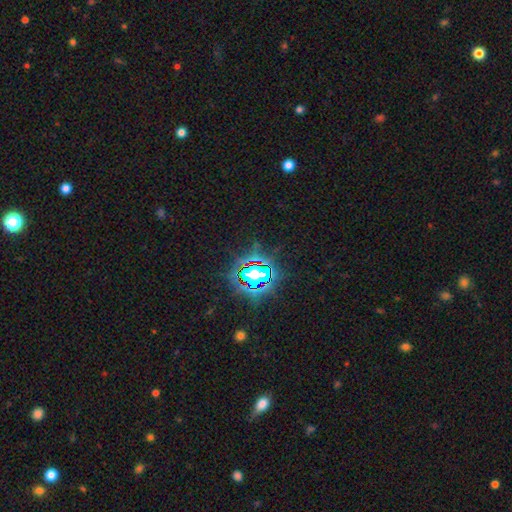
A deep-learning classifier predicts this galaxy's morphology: A star or artifact, not a galaxy (82%).

Vote fractions:
- Smooth or featured? star or artifact: 82% / smooth: 11% / featured or disk: 7%